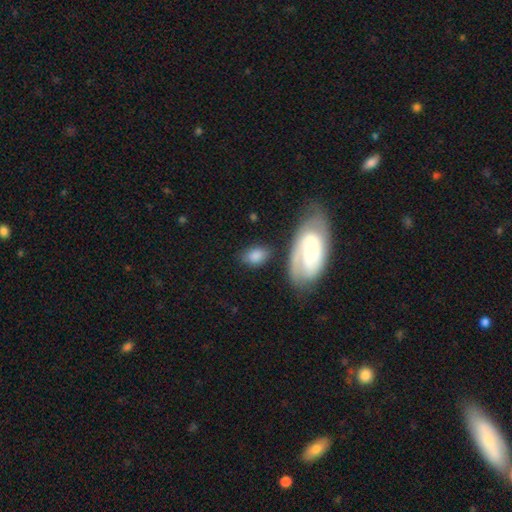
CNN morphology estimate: Smooth or featured: smooth — 74% (featured or disk — 19%)
How rounded: in between — 83% (round — 15%)
Merging: none — 67% (minor disturbance — 18%)